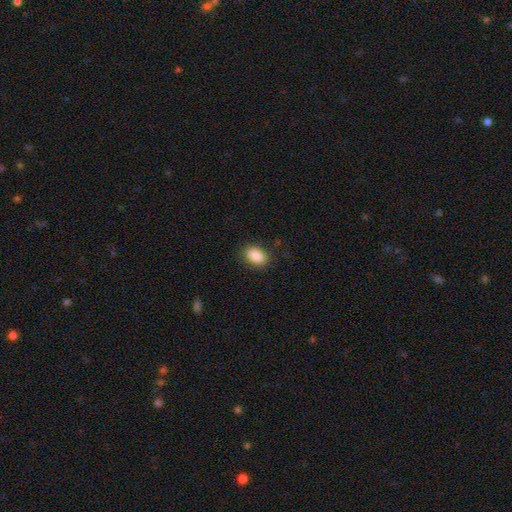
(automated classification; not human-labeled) Morphology: type=smooth (88%); roundness=in between (84%); merging=none (85%).